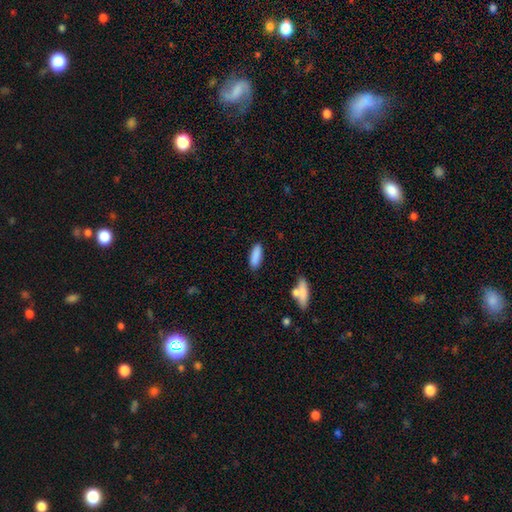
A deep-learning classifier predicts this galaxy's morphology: The model was most divided on "how rounded": in between: 60%, cigar-shaped: 38%, round: 2%. More confident: smooth or featured — smooth (87%); merging — none (85%).